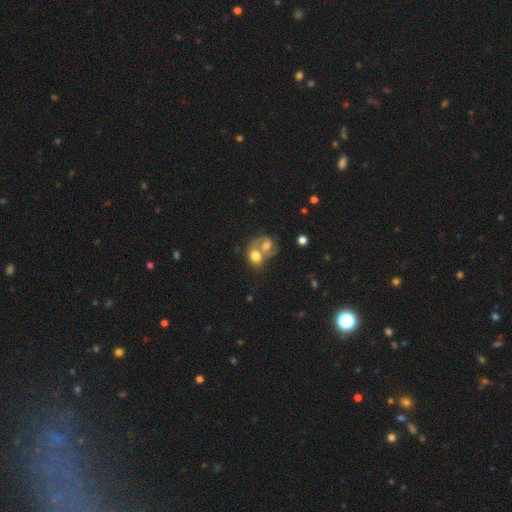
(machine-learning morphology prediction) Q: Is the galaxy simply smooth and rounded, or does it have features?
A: smooth — 56%.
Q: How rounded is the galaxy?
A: round — 49%, tied with in between.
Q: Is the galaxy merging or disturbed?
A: merger — 73%.